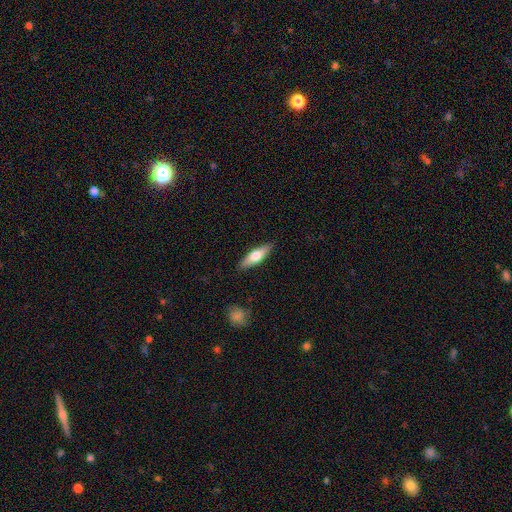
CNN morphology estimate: Q: Smooth or featured?
A: smooth (59%); runner-up: featured or disk (36%)
Q: How rounded?
A: cigar-shaped (57%); runner-up: in between (40%)
Q: Merging?
A: none (88%); runner-up: minor disturbance (9%)